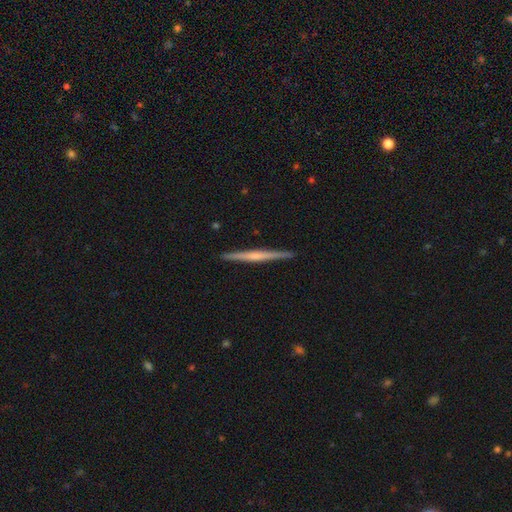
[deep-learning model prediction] This is likely a featured or disk galaxy (66%). It is clearly viewed edge-on (98%). Edge-on bulge: marginally none (44%). Merging: clearly none (92%).